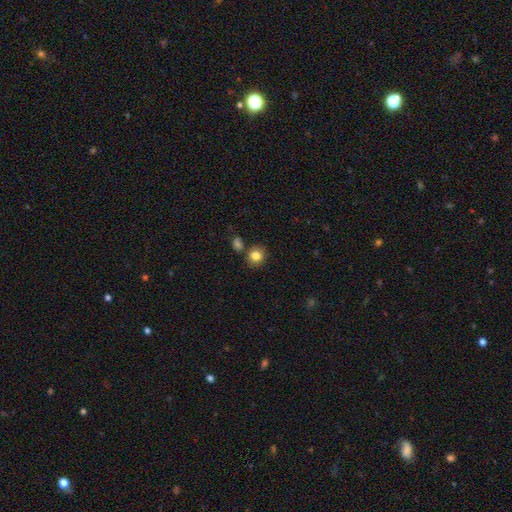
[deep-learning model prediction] A smooth galaxy with no disk features (83%) that is round (79%).

Vote fractions:
- Smooth or featured? smooth: 83% / star or artifact: 10% / featured or disk: 7%
- How rounded? round: 79% / in between: 20% / cigar-shaped: 1%
- Merging? none: 76% / merger: 11% / minor disturbance: 10% / major disturbance: 3%